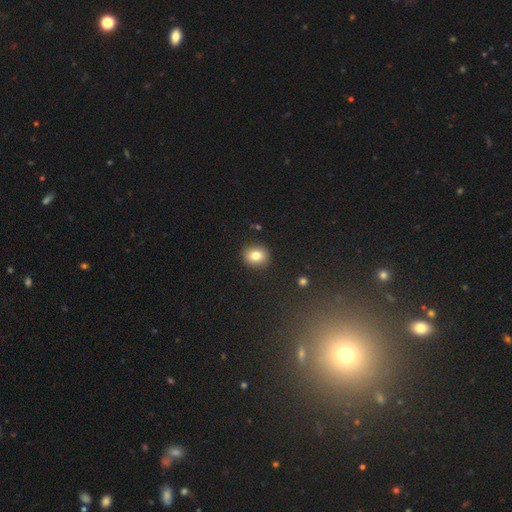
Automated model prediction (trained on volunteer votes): The model was most divided on "how rounded": round: 72%, in between: 27%, cigar-shaped: 1%. More confident: merging — none (89%); smooth or featured — smooth (80%).